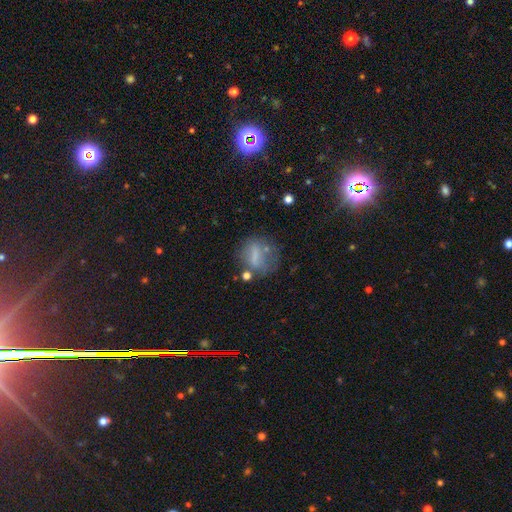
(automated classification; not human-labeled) smooth 57%, featured or disk 30%, star or artifact 12%. Down the decision tree: how rounded — round (50%); merging — none (52%).